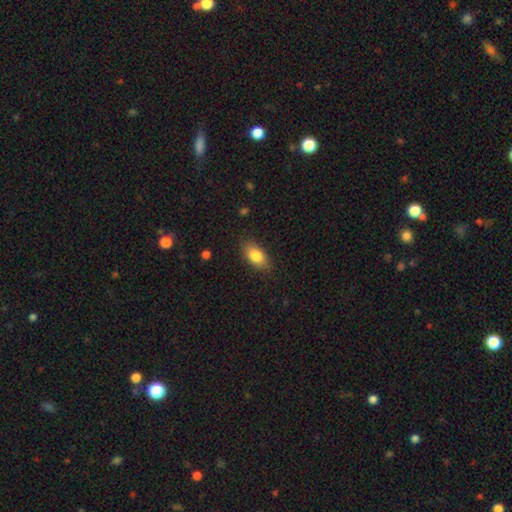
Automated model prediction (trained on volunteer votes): Overall: smooth (81%). How rounded: in between (88%). Merging: none (84%).